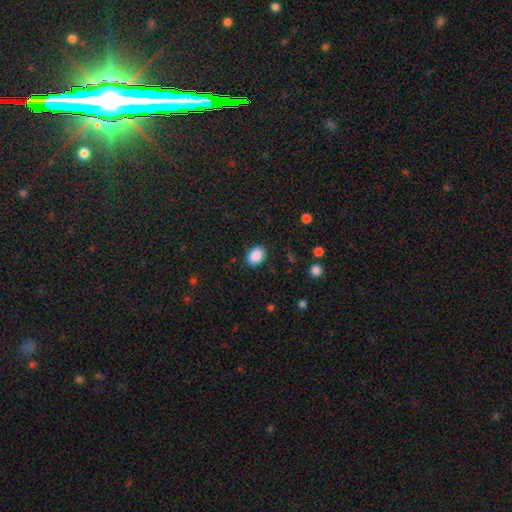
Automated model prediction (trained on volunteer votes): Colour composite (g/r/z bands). It shows a smooth galaxy with no disk features (89%) that is in between round and cigar-shaped (74%). Merging: none (88%).